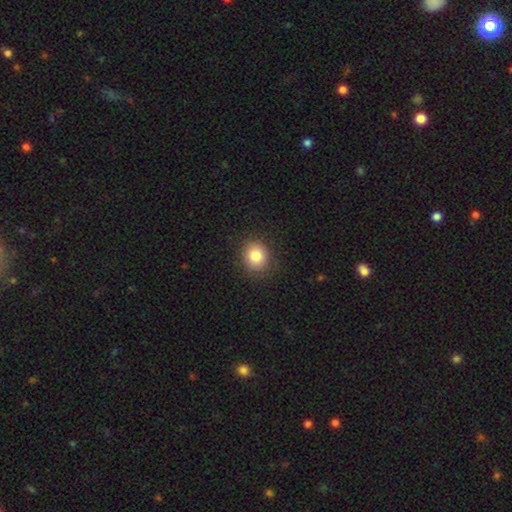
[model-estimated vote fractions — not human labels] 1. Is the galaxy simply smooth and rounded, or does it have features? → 83% smooth, 10% star or artifact, 7% featured or disk.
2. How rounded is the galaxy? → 75% round, 24% in between, 1% cigar-shaped.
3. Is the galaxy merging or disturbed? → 88% none, 9% minor disturbance, 3% major disturbance, 1% merger.